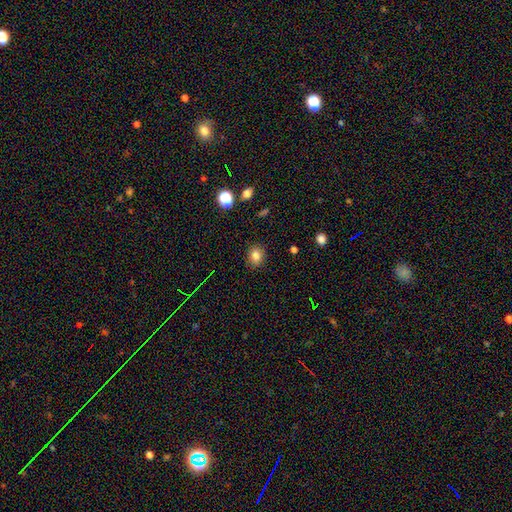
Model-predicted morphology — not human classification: The model was most divided on "how rounded": round: 58%, in between: 41%, cigar-shaped: 1%. More confident: merging — none (87%); smooth or featured — smooth (81%).